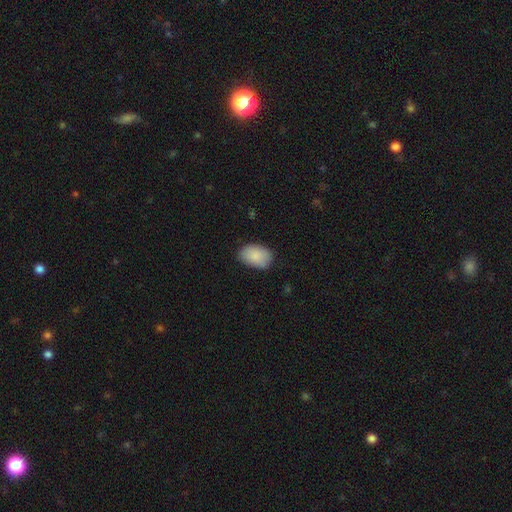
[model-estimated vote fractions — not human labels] This appears to be a smooth galaxy with no disk features (88%) that is in between round and cigar-shaped (89%). Merging: none (76%).